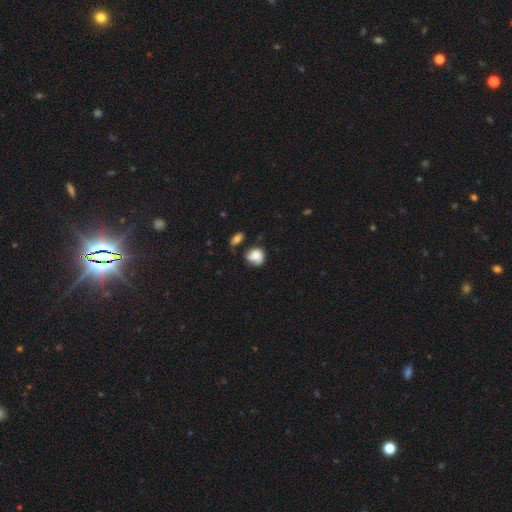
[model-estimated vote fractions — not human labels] This appears to be a smooth galaxy with no disk features (71%) that is round (67%). Merging: none (41%).